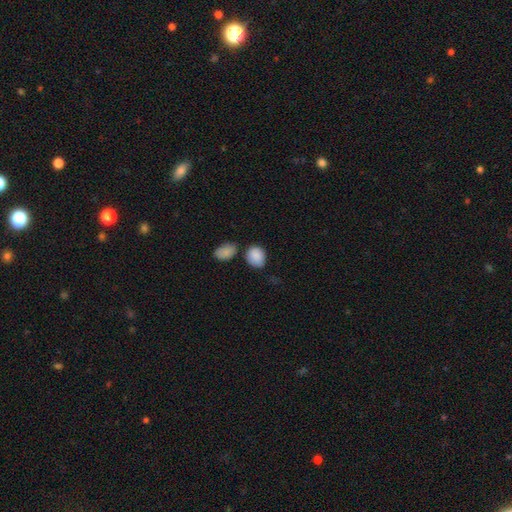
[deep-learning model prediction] Q: Smooth or featured?
A: smooth (89%); runner-up: star or artifact (7%)
Q: How rounded?
A: in between (57%); runner-up: round (42%)
Q: Merging?
A: none (64%); runner-up: minor disturbance (20%)